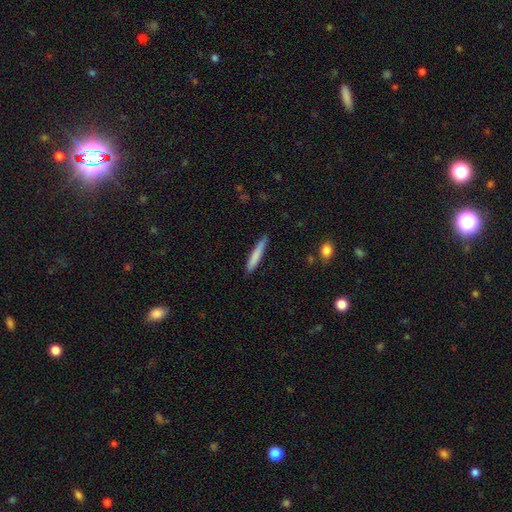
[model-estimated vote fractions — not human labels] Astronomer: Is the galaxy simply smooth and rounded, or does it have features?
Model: smooth — 79%.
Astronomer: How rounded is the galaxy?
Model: cigar-shaped — 94%.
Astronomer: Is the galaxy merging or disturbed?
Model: none — 84%.